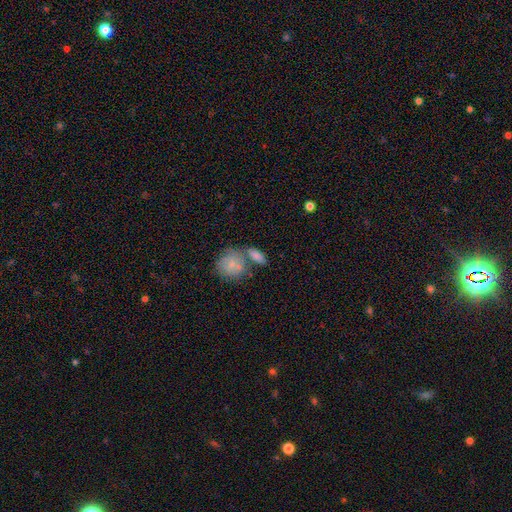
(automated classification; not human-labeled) The model was most divided on "merging": none: 48%, merger: 35%, minor disturbance: 12%, major disturbance: 5%. More confident: smooth or featured — smooth (75%); how rounded — in between (71%).